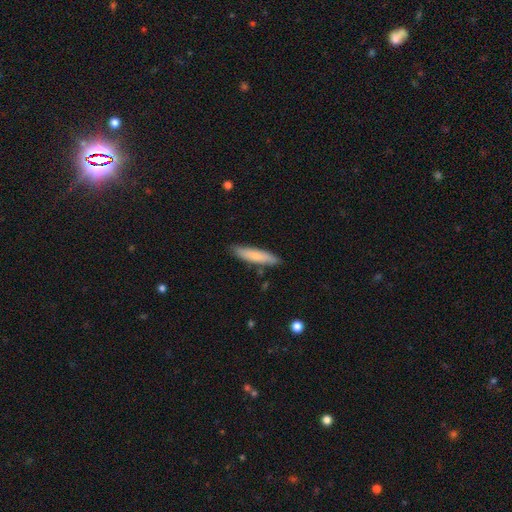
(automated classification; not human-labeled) A smooth galaxy with no disk features (76%) that is cigar-shaped (81%).

Vote fractions:
- Smooth or featured? smooth: 76% / featured or disk: 18% / star or artifact: 6%
- How rounded? cigar-shaped: 81% / in between: 17% / round: 1%
- Merging? none: 83% / minor disturbance: 12% / merger: 2% / major disturbance: 2%